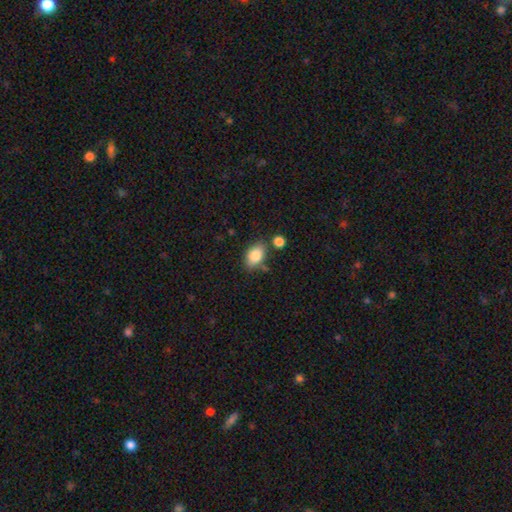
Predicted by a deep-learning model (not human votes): This appears to be a smooth galaxy with no disk features (84%) that is in between round and cigar-shaped (86%). Merging: none (75%).